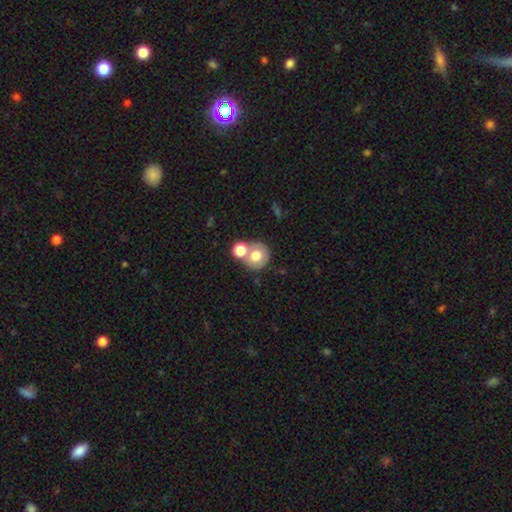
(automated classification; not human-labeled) Smooth or featured: smooth — 67% (featured or disk — 23%)
How rounded: round — 79% (in between — 20%)
Merging: none — 43% (merger — 42%)